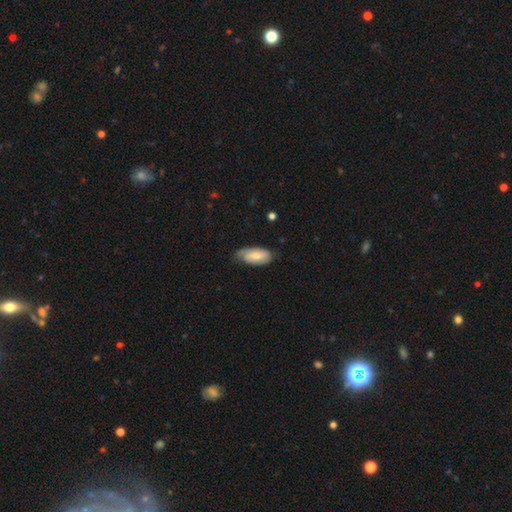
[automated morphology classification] smooth-or-featured: smooth: 63% | featured or disk: 31% | star or artifact: 6%
  how-rounded: in between: 90% | cigar-shaped: 7% | round: 2%
  merging: none: 58% | minor disturbance: 32% | major disturbance: 8% | merger: 1%